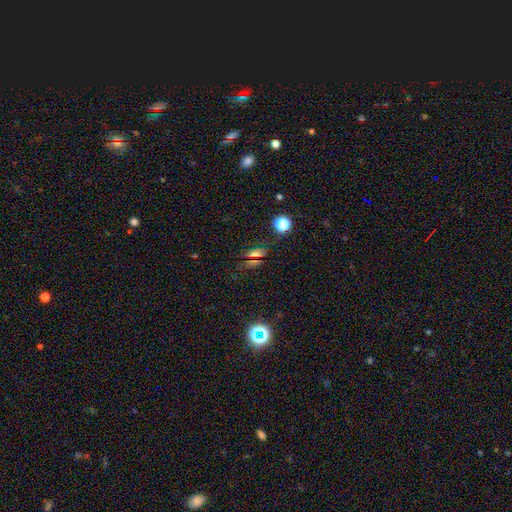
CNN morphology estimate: Smooth or featured? star or artifact (47%)